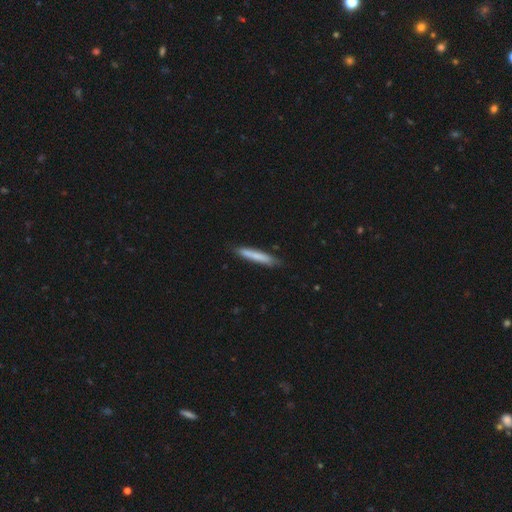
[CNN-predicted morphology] smooth 75%, featured or disk 20%, star or artifact 6%. Down the decision tree: how rounded — cigar-shaped (94%); merging — none (84%).